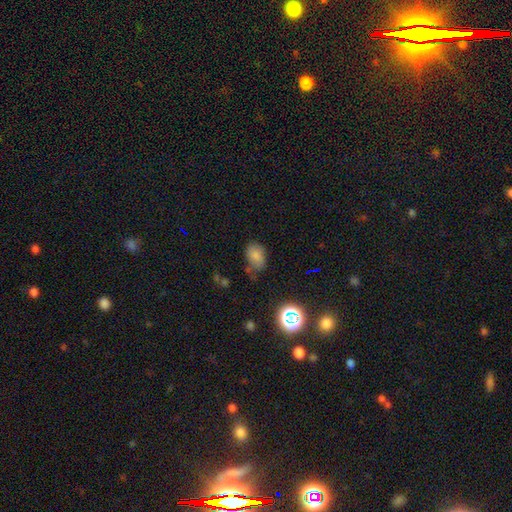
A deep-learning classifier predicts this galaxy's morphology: Q: Smooth or featured?
A: smooth (74%); runner-up: star or artifact (16%)
Q: How rounded?
A: in between (79%); runner-up: round (19%)
Q: Merging?
A: none (54%); runner-up: minor disturbance (31%)